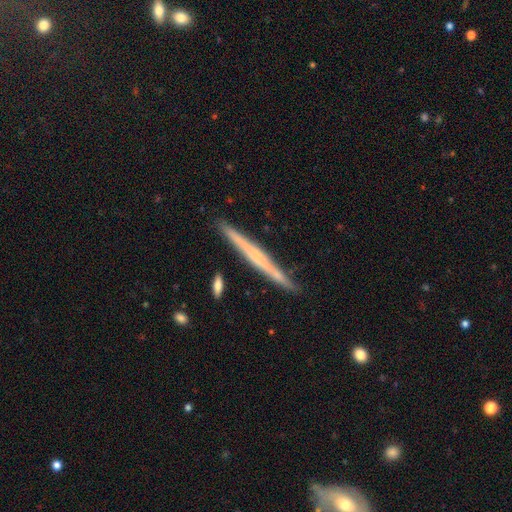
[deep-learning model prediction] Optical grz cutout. It shows a featured or disk galaxy (63%) viewed edge-on (97%) with no central bulge (61%). Merging: none (88%).